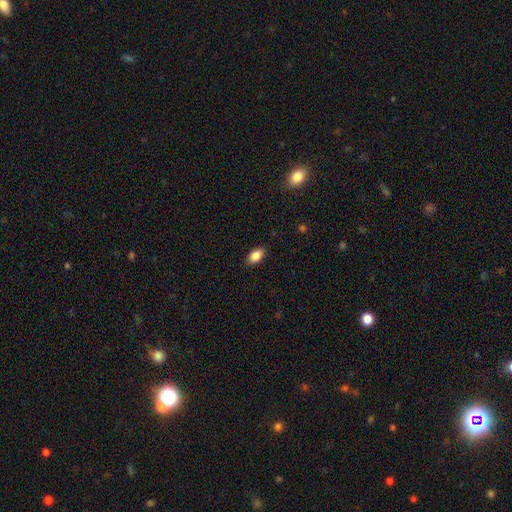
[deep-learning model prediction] A smooth galaxy with no disk features (87%) that is in between round and cigar-shaped (90%). Merging: none (87%).